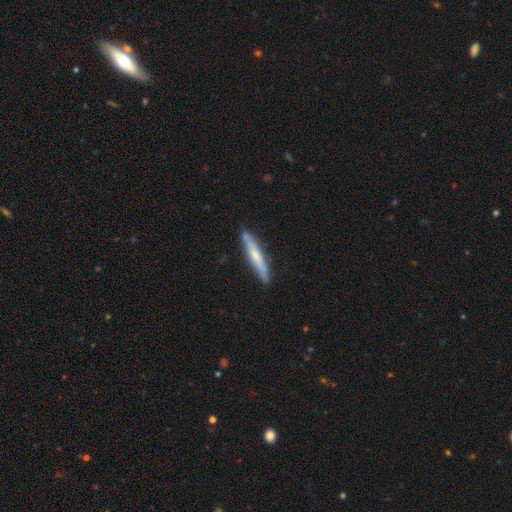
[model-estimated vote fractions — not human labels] This appears to be a smooth galaxy with no disk features (51%) that is cigar-shaped (94%). Merging: none (82%).